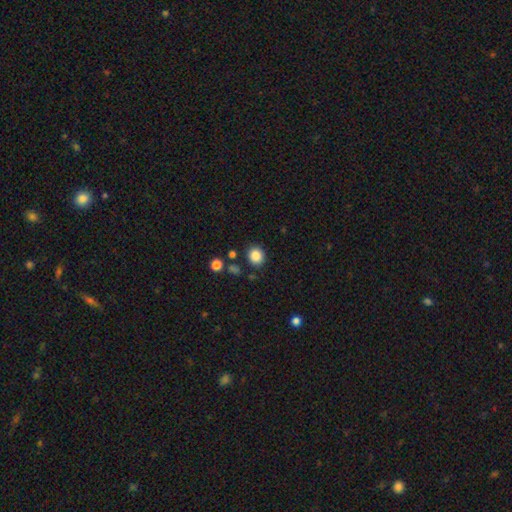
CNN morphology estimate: The model was most divided on "how rounded": round: 78%, in between: 21%, cigar-shaped: 1%. More confident: smooth or featured — smooth (86%); merging — none (85%).